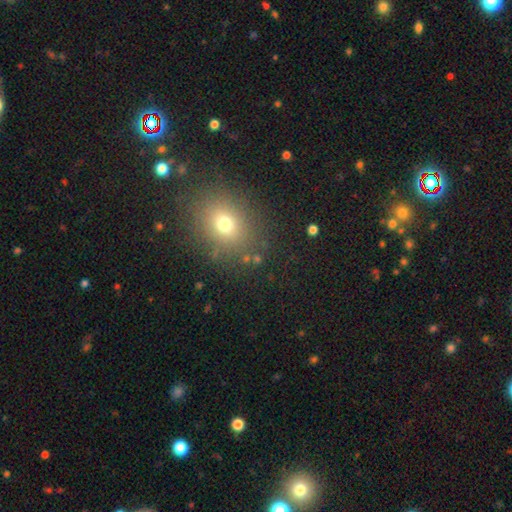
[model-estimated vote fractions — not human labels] Q: Smooth or featured?
A: smooth (62%); runner-up: star or artifact (29%)
Q: How rounded?
A: round (60%); runner-up: in between (38%)
Q: Merging?
A: none (86%); runner-up: minor disturbance (8%)